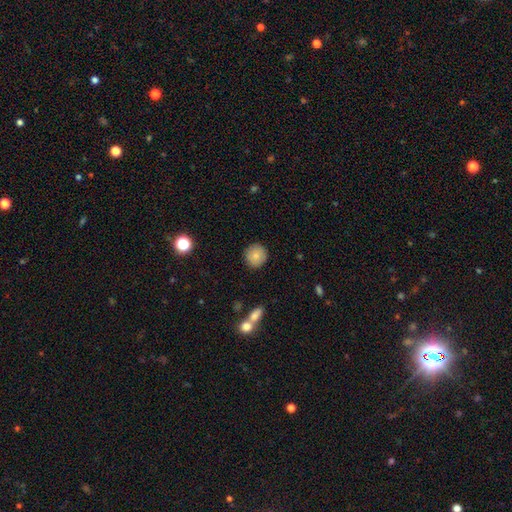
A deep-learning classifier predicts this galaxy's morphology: type=smooth (81%); roundness=round (93%); merging=none (89%).